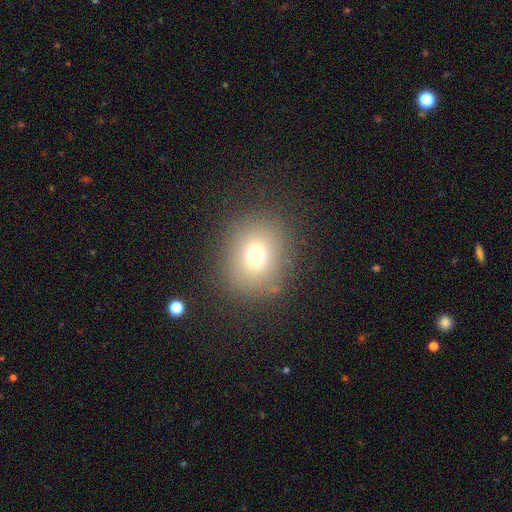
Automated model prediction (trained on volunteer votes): Q: Smooth or featured?
A: smooth (71%); runner-up: star or artifact (17%)
Q: How rounded?
A: round (74%); runner-up: in between (25%)
Q: Merging?
A: none (84%); runner-up: minor disturbance (9%)